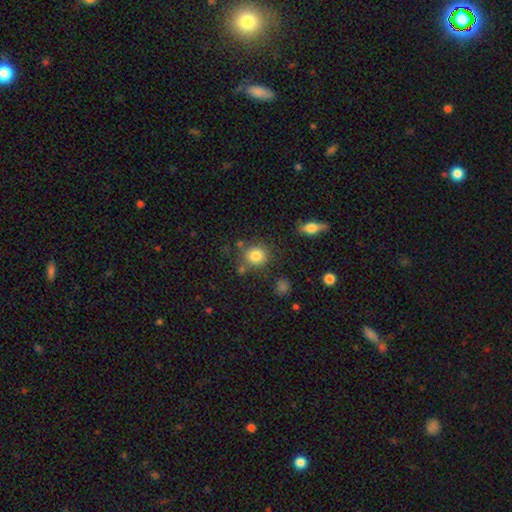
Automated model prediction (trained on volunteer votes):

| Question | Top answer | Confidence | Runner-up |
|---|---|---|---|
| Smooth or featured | smooth | 83% | star or artifact (10%) |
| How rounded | round | 85% | in between (14%) |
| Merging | none | 76% | minor disturbance (12%) |